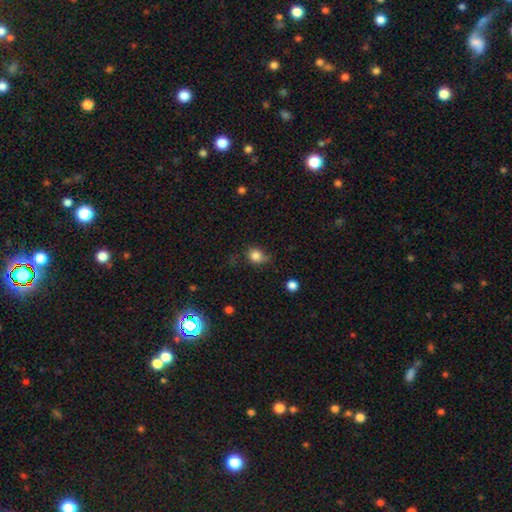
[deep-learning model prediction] Smooth or featured?
  - smooth: 82% *
  - star or artifact: 11%
  - featured or disk: 7%
How rounded?
  - round: 69% *
  - in between: 30%
  - cigar-shaped: 1%
Merging?
  - none: 59% *
  - minor disturbance: 29%
  - major disturbance: 10%
  - merger: 2%